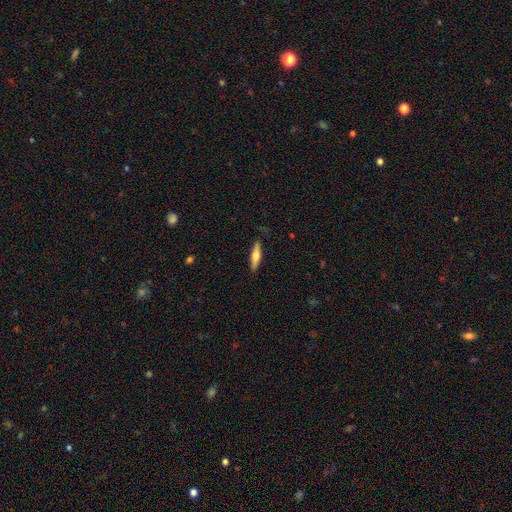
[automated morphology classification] Smooth or featured?
  - smooth: 49% *
  - featured or disk: 45%
  - star or artifact: 6%
Merging?
  - none: 86% *
  - minor disturbance: 11%
  - major disturbance: 2%
  - merger: 1%